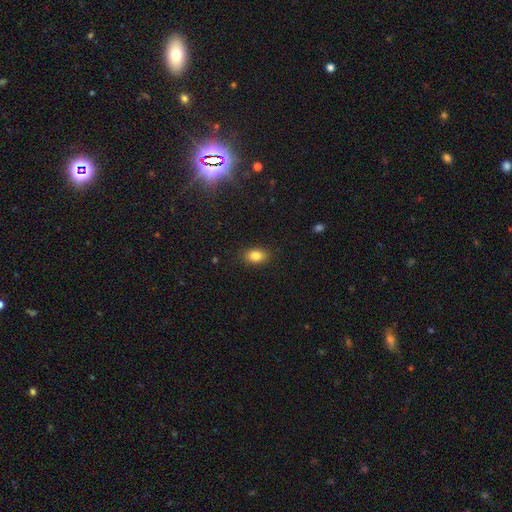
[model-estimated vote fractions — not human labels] This is clearly a smooth galaxy (84%). How rounded: clearly in between (81%). Merging: clearly none (88%).